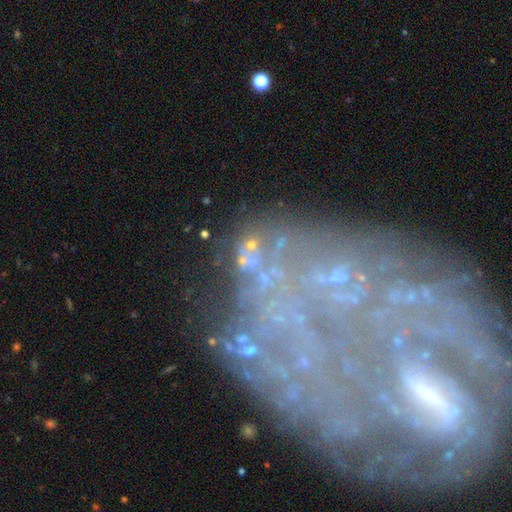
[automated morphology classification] A featured or disk galaxy (47%). Merging: none (57%).